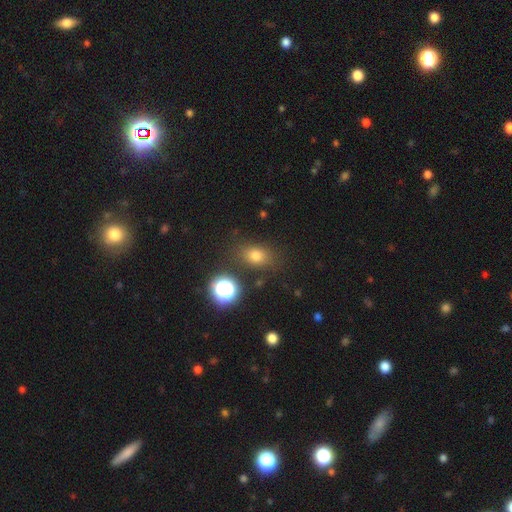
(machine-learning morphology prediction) A smooth galaxy with no disk features (74%) that is in between round and cigar-shaped (63%).

Vote fractions:
- Smooth or featured? smooth: 74% / star or artifact: 17% / featured or disk: 9%
- How rounded? in between: 63% / round: 35% / cigar-shaped: 2%
- Merging? none: 79% / minor disturbance: 13% / major disturbance: 5% / merger: 4%